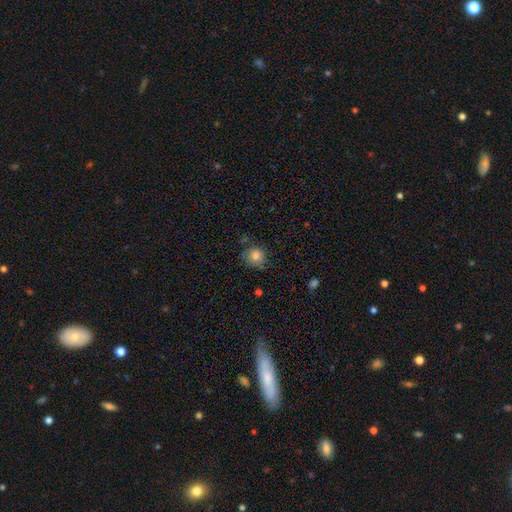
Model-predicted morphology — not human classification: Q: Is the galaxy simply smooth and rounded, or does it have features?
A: smooth — 83%.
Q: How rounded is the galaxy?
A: round — 88%.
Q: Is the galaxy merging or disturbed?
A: none — 74%.